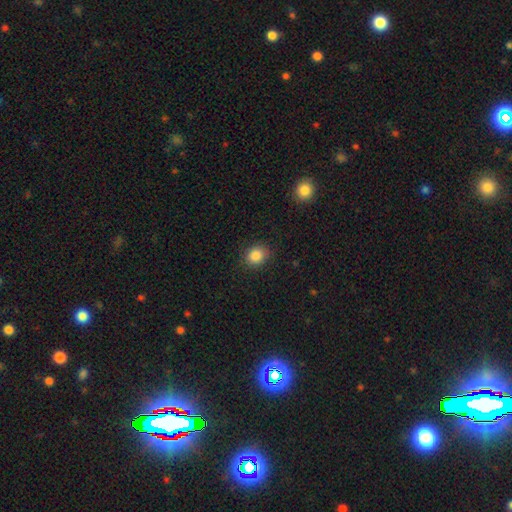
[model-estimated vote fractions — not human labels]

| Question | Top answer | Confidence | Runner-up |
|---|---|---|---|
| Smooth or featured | smooth | 85% | star or artifact (10%) |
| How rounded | round | 64% | in between (35%) |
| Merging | none | 86% | minor disturbance (10%) |